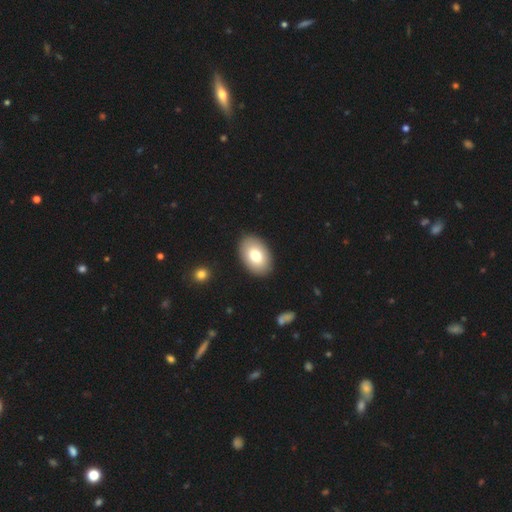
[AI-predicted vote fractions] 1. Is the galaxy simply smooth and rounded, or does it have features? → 77% smooth, 17% featured or disk, 7% star or artifact.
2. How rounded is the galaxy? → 90% in between, 9% round, 1% cigar-shaped.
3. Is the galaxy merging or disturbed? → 89% none, 7% minor disturbance, 2% major disturbance, 1% merger.